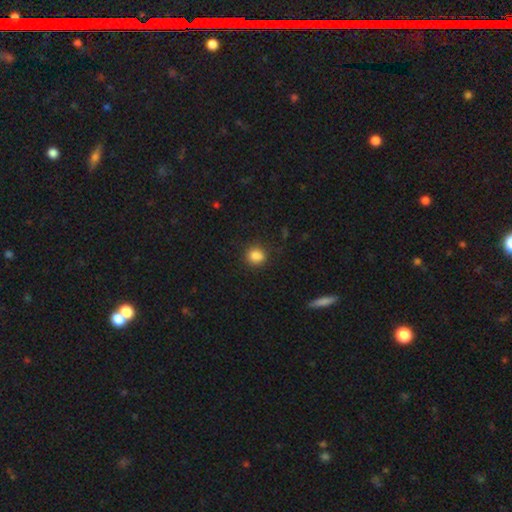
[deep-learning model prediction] Smooth or featured? Predicted: smooth (p=0.84). How rounded? Predicted: round (p=0.82). Merging? Predicted: none (p=0.80).